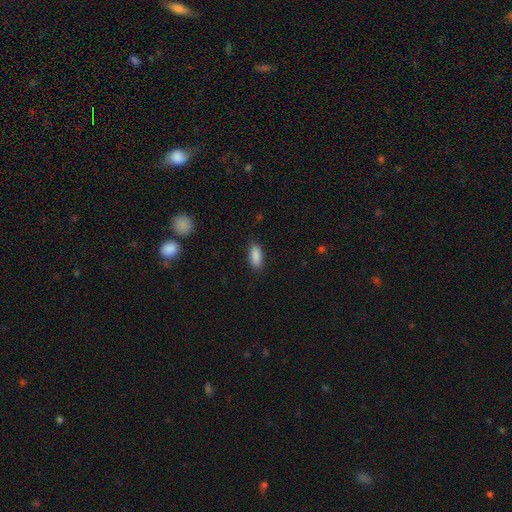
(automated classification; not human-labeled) A smooth galaxy with no disk features (89%) that is in between round and cigar-shaped (80%). Merging: none (87%).